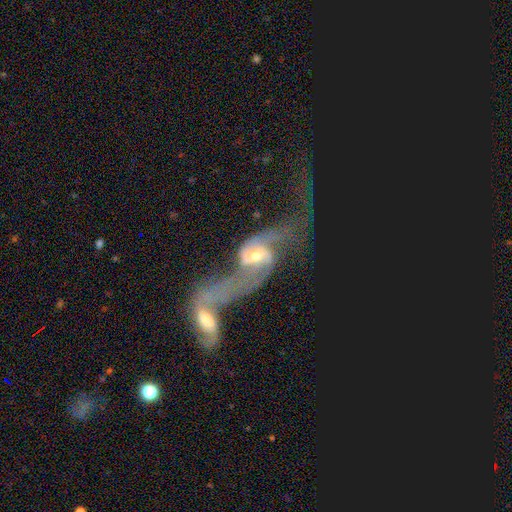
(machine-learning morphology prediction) Overall: featured or disk (86%). Edge-on disk: no (95%). Bar: weak (44%; no 31%). Spiral arms: yes (92%). Spiral arm count: 2 (86%). Spiral winding: loose (73%). Bulge size: moderate (59%; small 33%). Merging: merger (60%).